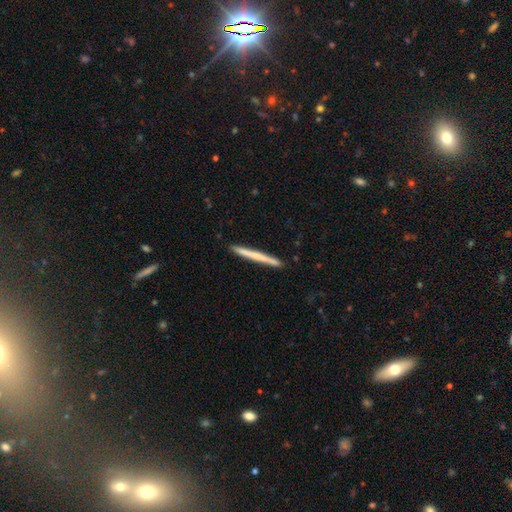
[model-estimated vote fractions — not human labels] Smooth or featured? smooth (54%)
How rounded? cigar-shaped (97%)
Merging? none (91%)